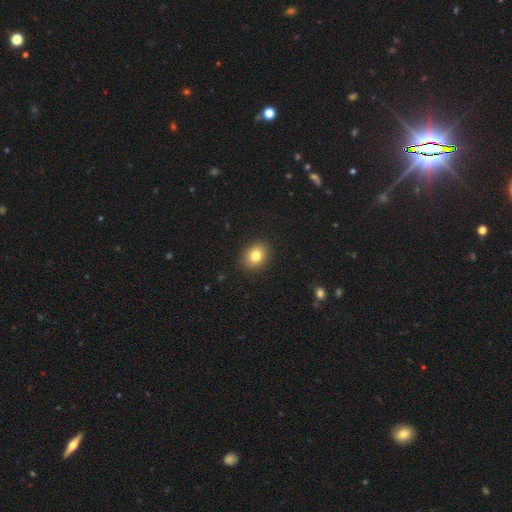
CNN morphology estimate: smooth 81%, star or artifact 10%, featured or disk 8%. Down the decision tree: how rounded — round (51%); merging — none (90%).